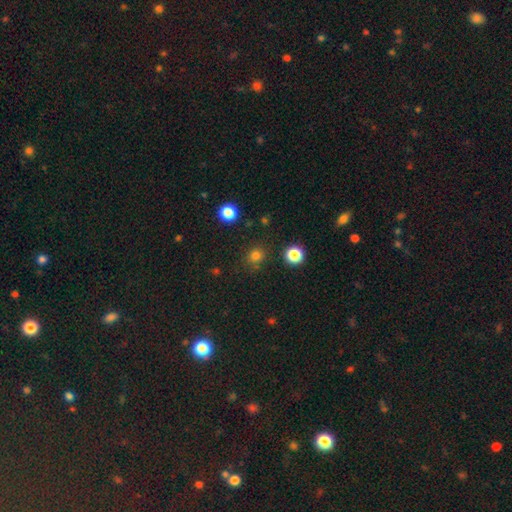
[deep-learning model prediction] This appears to be a smooth galaxy with no disk features (78%) that is round (86%). Merging: none (83%).